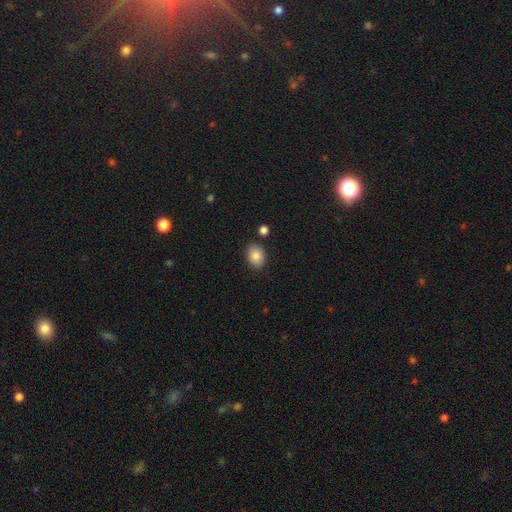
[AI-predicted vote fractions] Morphology: type=smooth (86%); roundness=in between (66%); merging=none (84%).